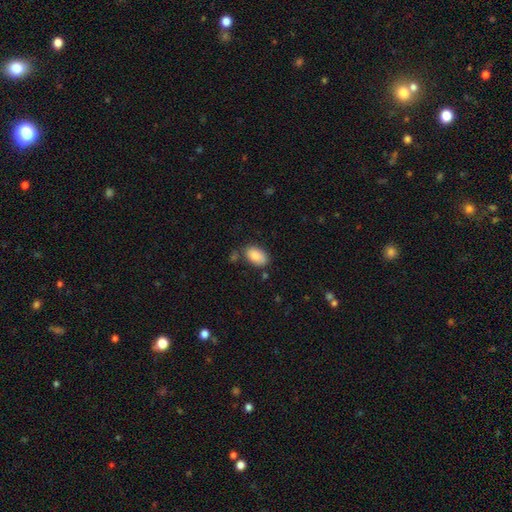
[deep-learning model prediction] A smooth galaxy with no disk features (88%) that is in between round and cigar-shaped (94%).

Vote fractions:
- Smooth or featured? smooth: 88% / star or artifact: 7% / featured or disk: 5%
- How rounded? in between: 94% / round: 5% / cigar-shaped: 2%
- Merging? none: 72% / minor disturbance: 17% / merger: 7% / major disturbance: 5%